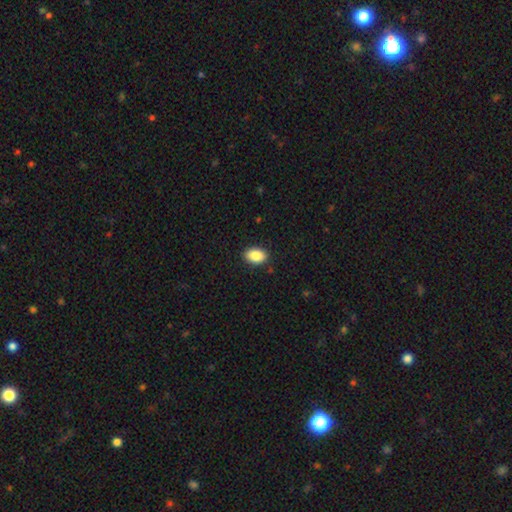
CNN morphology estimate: smooth_or_featured: smooth (p=0.87) [alt: star or artifact p=0.08]
how_rounded: in between (p=0.86) [alt: round p=0.13]
merging: none (p=0.89) [alt: minor disturbance p=0.08]